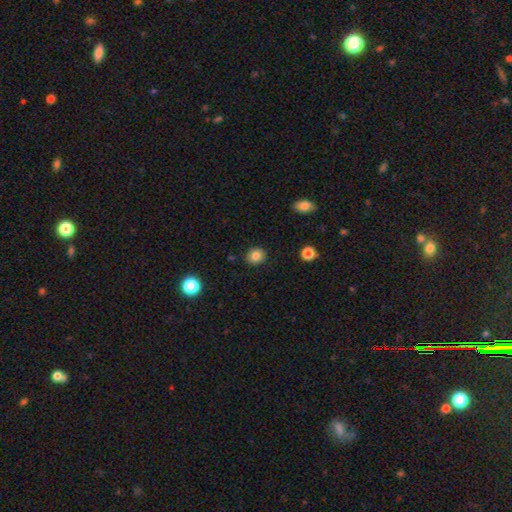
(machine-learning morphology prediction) A smooth galaxy with no disk features (83%) that is round (78%). Merging: none (89%).